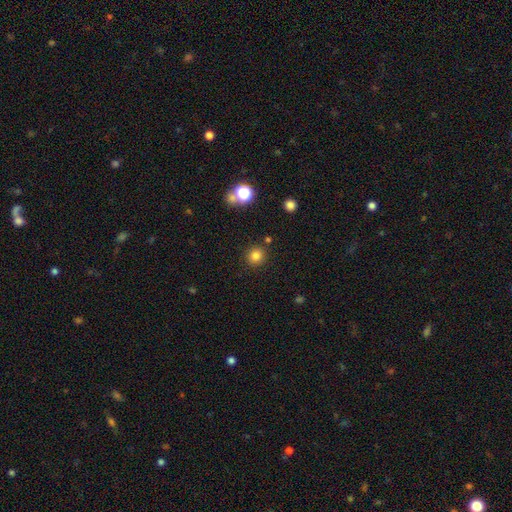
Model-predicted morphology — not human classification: smooth_or_featured: smooth (p=0.82) [alt: star or artifact p=0.13]
how_rounded: round (p=0.89) [alt: in between p=0.10]
merging: none (p=0.86) [alt: minor disturbance p=0.07]